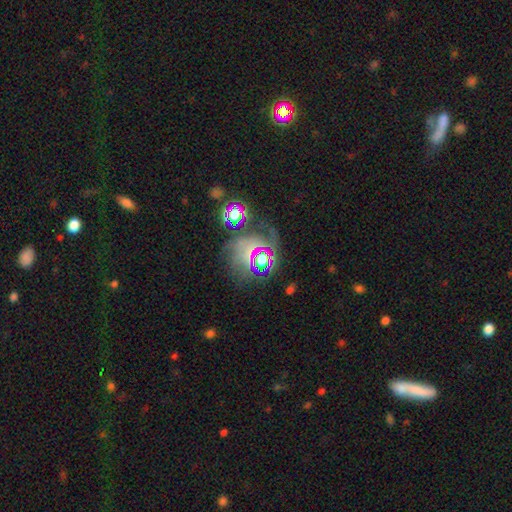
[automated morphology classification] smooth_or_featured: star or artifact (p=0.48) [alt: featured or disk p=0.27]